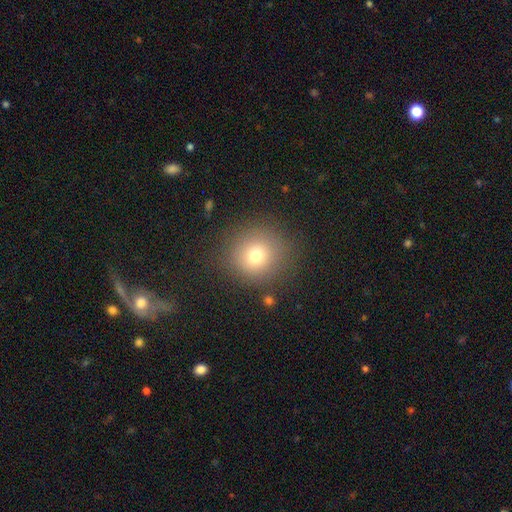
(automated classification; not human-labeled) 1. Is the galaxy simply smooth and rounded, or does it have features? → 74% smooth, 15% star or artifact, 11% featured or disk.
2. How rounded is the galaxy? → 89% round, 10% in between, 1% cigar-shaped.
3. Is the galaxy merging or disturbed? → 85% none, 9% minor disturbance, 4% major disturbance, 2% merger.